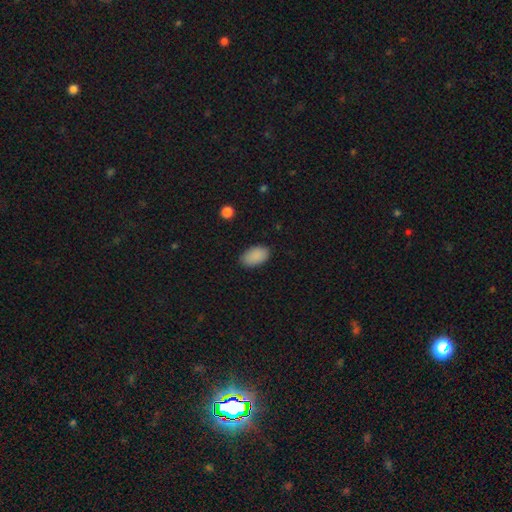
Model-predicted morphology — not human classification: smooth_or_featured: smooth (p=0.89) [alt: star or artifact p=0.07]
how_rounded: in between (p=0.94) [alt: round p=0.05]
merging: none (p=0.86) [alt: minor disturbance p=0.11]